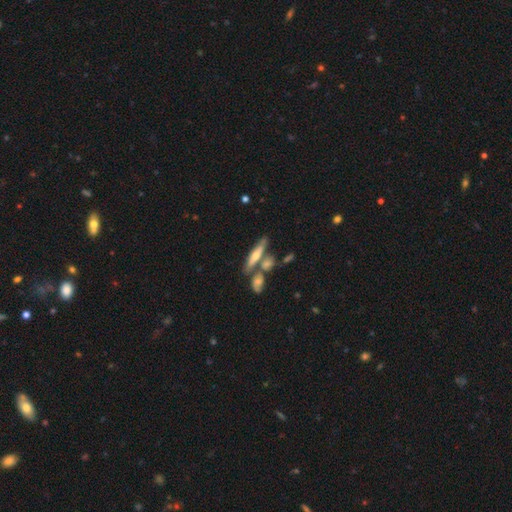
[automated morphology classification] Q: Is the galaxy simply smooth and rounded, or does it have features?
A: featured or disk — 55%.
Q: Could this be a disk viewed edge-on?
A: yes — 83%.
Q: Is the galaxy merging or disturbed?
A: none — 54%.